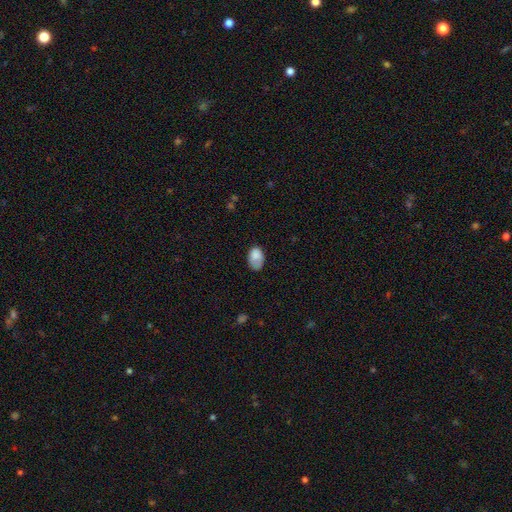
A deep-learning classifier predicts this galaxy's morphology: Q: Smooth or featured?
A: smooth (81%); runner-up: featured or disk (10%)
Q: How rounded?
A: in between (86%); runner-up: round (13%)
Q: Merging?
A: none (51%); runner-up: minor disturbance (33%)